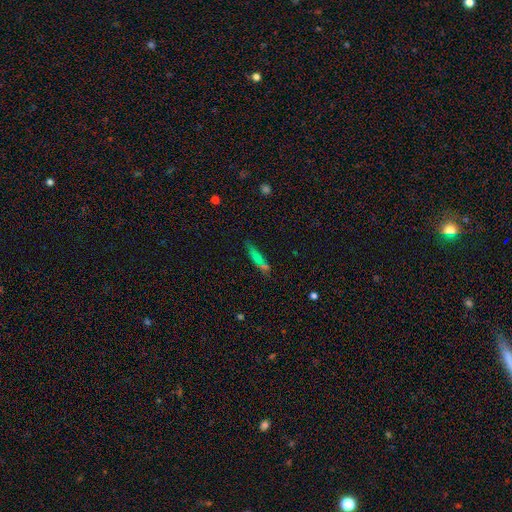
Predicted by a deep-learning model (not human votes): A smooth galaxy with no disk features (57%) that is cigar-shaped (79%). Merging: none (69%).